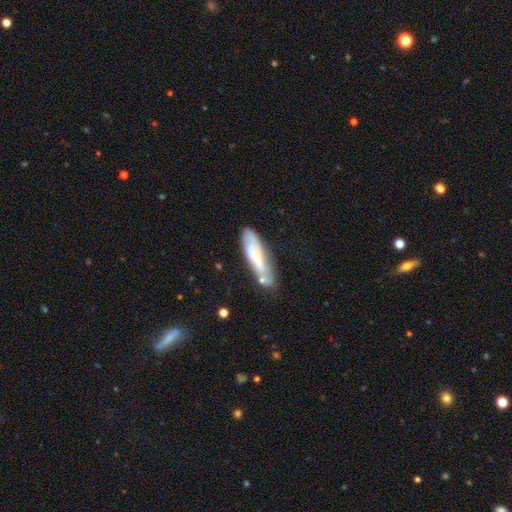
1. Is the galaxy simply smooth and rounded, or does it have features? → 63% smooth, 34% featured or disk, 3% star or artifact.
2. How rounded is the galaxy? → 75% cigar-shaped, 25% in between, 0% round.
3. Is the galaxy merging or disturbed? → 62% none, 22% minor disturbance, 11% major disturbance, 5% merger.